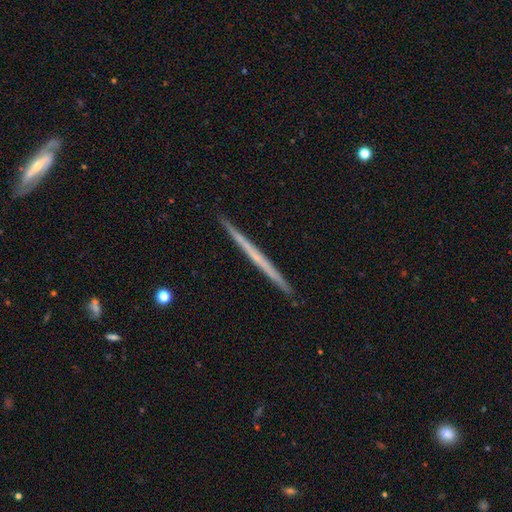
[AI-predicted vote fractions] A featured or disk galaxy (58%) viewed edge-on (98%) with no central bulge (93%). Merging: none (93%).